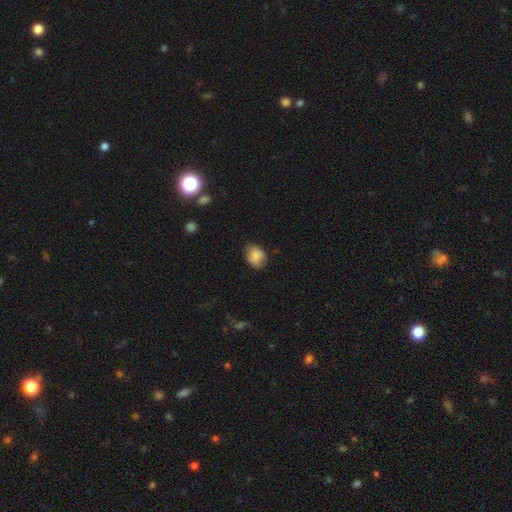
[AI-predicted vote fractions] A smooth galaxy with no disk features (84%) that is round (52%). Merging: none (69%).